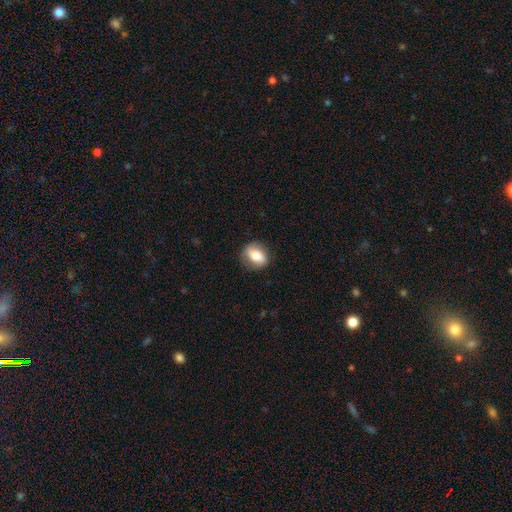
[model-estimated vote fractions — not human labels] A smooth galaxy with no disk features (63%) that is in between round and cigar-shaped (58%).

Vote fractions:
- Smooth or featured? smooth: 63% / featured or disk: 30% / star or artifact: 8%
- How rounded? in between: 58% / round: 39% / cigar-shaped: 3%
- Merging? none: 82% / minor disturbance: 13% / major disturbance: 4% / merger: 1%